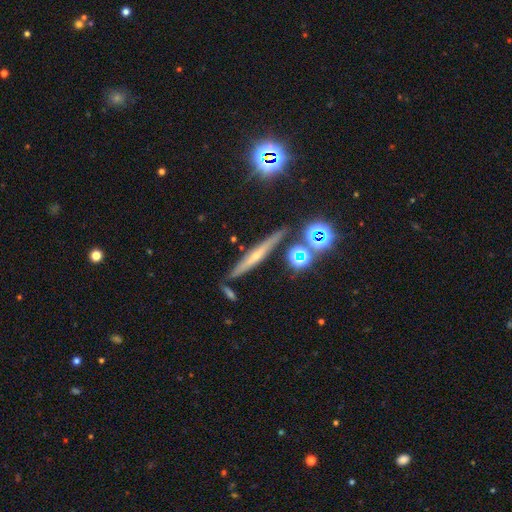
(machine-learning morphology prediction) smooth-or-featured: featured or disk: 52% | smooth: 30% | star or artifact: 19%
  disk-edge-on: yes: 92% | no: 8%
  merging: none: 83% | minor disturbance: 10% | merger: 5% | major disturbance: 3%